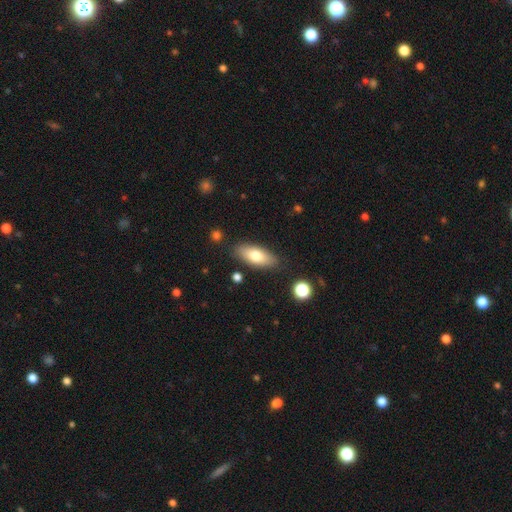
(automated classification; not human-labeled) Overall: smooth (73%). How rounded: in between (78%). Merging: none (85%).